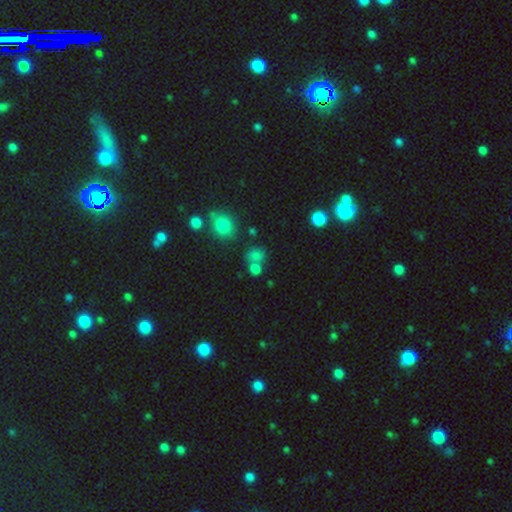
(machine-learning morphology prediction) smooth 70%, star or artifact 20%, featured or disk 10%. Down the decision tree: how rounded — round (64%); merging — none (50%).